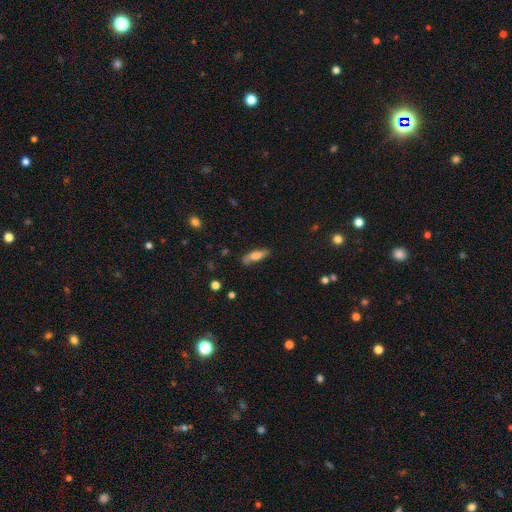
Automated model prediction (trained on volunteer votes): Overall: smooth (67%). How rounded: cigar-shaped (53%; in between 45%). Merging: none (74%).